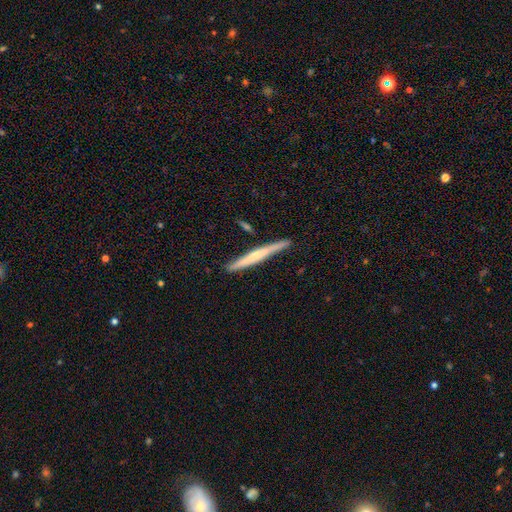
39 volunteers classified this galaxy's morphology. smooth-or-featured: featured or disk: 64% | smooth: 33% | star or artifact: 3%
  disk-edge-on: yes: 92% | no: 8%
    edge-on-bulge: rounded: 57% | none: 30% | boxy: 13%
  merging: none: 84% | minor disturbance: 5% | major disturbance: 5% | merger: 5%